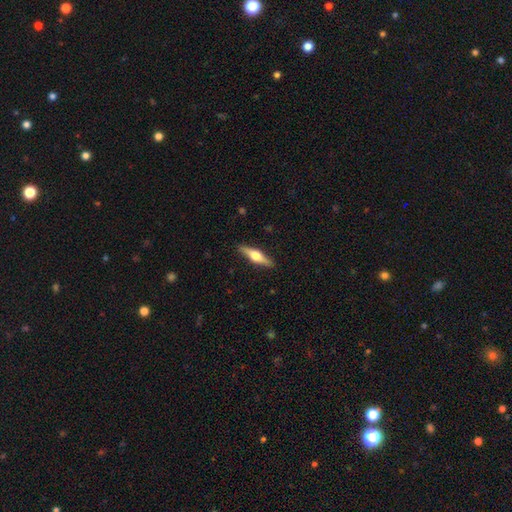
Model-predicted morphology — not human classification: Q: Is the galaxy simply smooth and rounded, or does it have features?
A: featured or disk — 60%.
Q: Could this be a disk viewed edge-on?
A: yes — 96%.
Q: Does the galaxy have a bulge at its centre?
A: rounded — 95%.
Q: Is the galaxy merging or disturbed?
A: none — 91%.